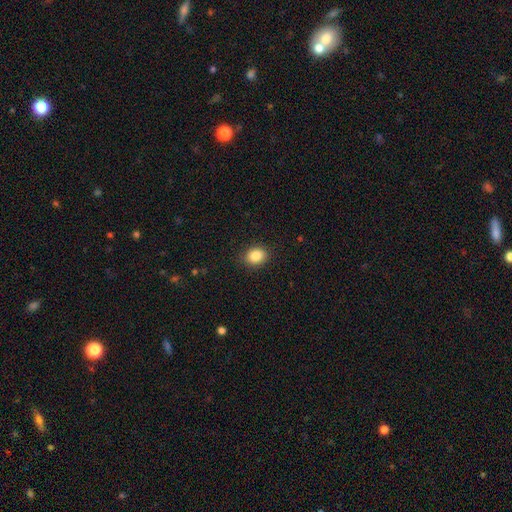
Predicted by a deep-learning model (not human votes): Morphology: type=smooth (86%); roundness=round (50%); merging=none (90%).